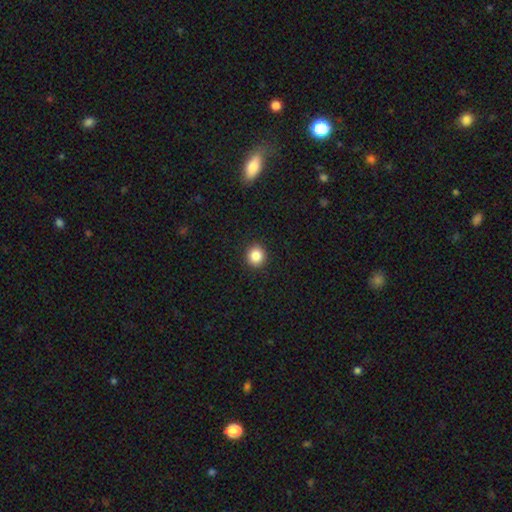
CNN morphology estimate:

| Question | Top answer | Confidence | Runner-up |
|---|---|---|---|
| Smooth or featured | smooth | 86% | star or artifact (10%) |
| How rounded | round | 89% | in between (10%) |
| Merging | none | 92% | minor disturbance (5%) |